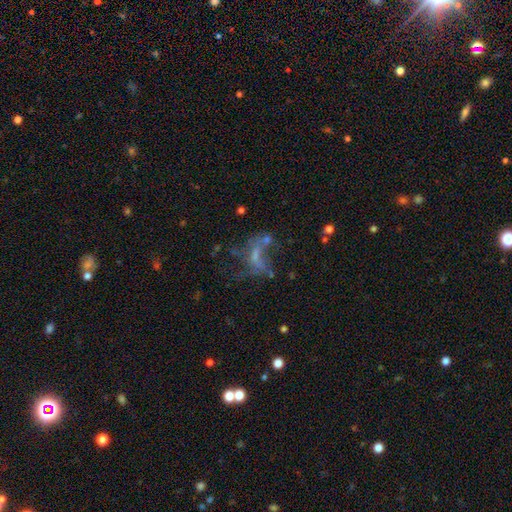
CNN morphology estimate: Smooth or featured: featured or disk — 55% (star or artifact — 23%)
Edge-on disk: no — 96% (yes — 4%)
Bar: no — 66% (weak — 25%)
Spiral arms: no — 68% (yes — 32%)
Bulge size: none — 54% (small — 28%)
Merging: major disturbance — 39% (none — 32%)